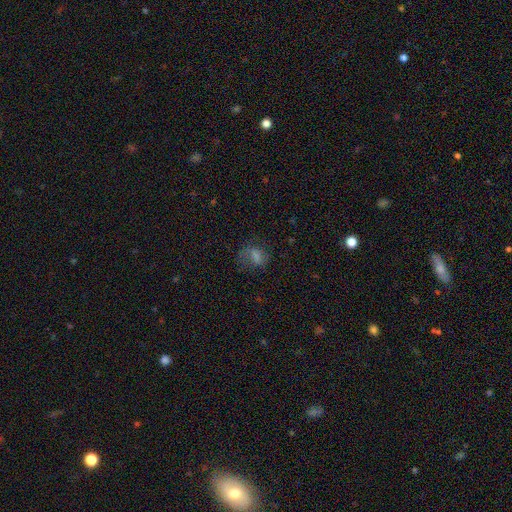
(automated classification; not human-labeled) Morphology: type=smooth (59%); roundness=in between (68%); merging=none (46%).